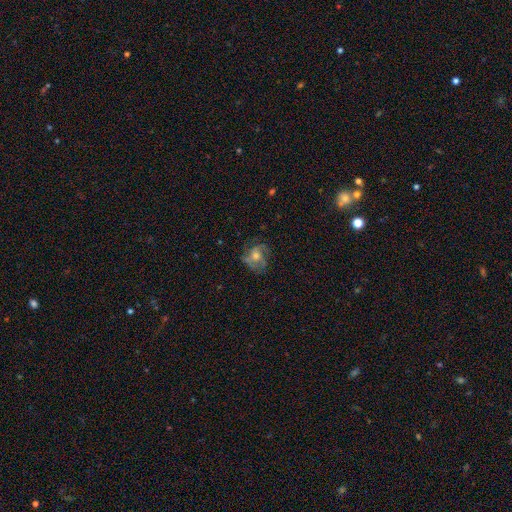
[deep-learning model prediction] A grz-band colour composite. It shows a featured or disk galaxy (66%) with no bar (73%), 3 (37%) medium (47%) spiral arms (84%) and a moderate central bulge (64%). Merging: none (65%).